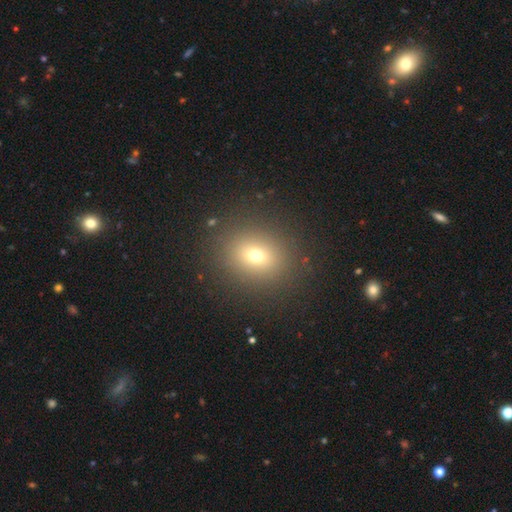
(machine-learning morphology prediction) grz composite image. It shows a smooth galaxy with no disk features (68%) that is round (68%). Merging: none (88%).